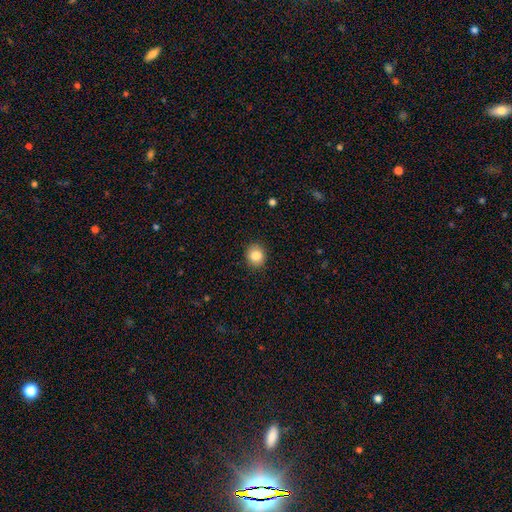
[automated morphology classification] Smooth or featured: smooth — 85% (star or artifact — 9%)
How rounded: round — 77% (in between — 22%)
Merging: none — 90% (minor disturbance — 7%)